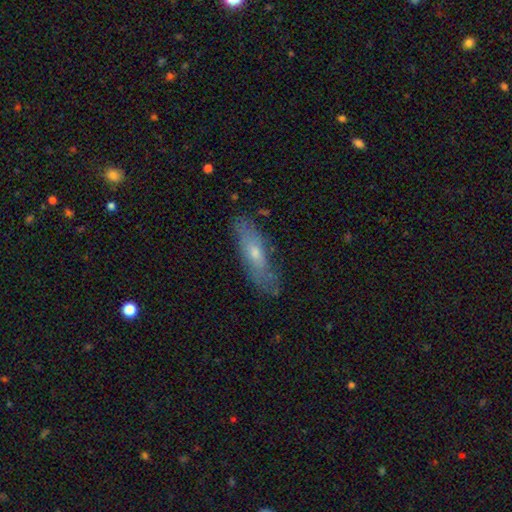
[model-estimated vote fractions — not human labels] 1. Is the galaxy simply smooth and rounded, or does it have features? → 48% featured or disk, 44% smooth, 8% star or artifact.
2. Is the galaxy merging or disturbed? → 75% none, 19% minor disturbance, 5% major disturbance, 2% merger.